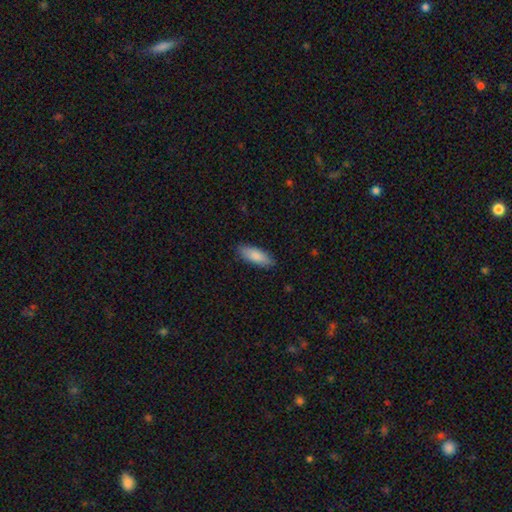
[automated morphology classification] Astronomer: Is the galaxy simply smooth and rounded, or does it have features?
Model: smooth — 86%.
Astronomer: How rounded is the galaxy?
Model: in between — 71%.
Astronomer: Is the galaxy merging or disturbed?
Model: none — 85%.